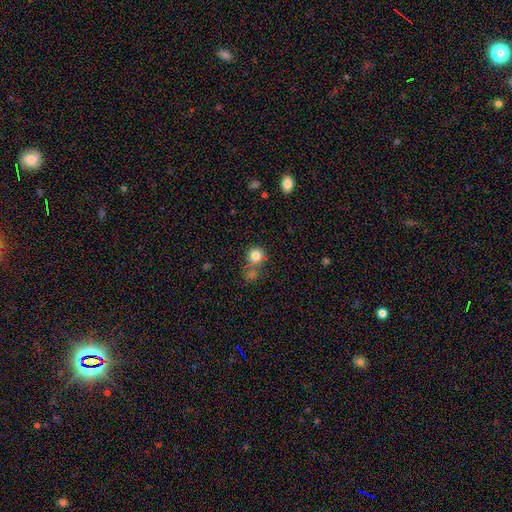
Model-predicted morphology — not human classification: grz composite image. It shows a smooth galaxy with no disk features (80%) that is round (87%). Merging: none (55%).